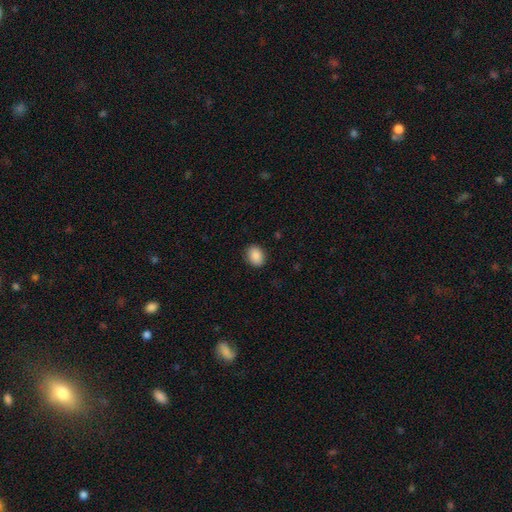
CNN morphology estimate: smooth-or-featured: smooth: 89% | star or artifact: 8% | featured or disk: 3%
  how-rounded: in between: 60% | round: 39% | cigar-shaped: 1%
  merging: none: 88% | minor disturbance: 9% | major disturbance: 2% | merger: 1%